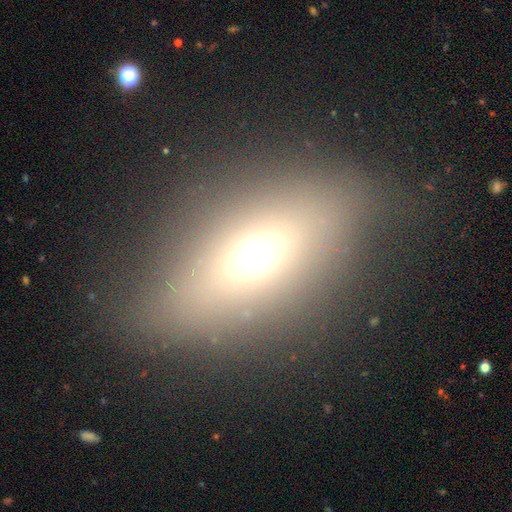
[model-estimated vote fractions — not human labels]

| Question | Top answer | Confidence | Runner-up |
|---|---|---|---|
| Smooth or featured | smooth | 59% | featured or disk (24%) |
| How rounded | in between | 77% | round (12%) |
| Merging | none | 77% | minor disturbance (13%) |